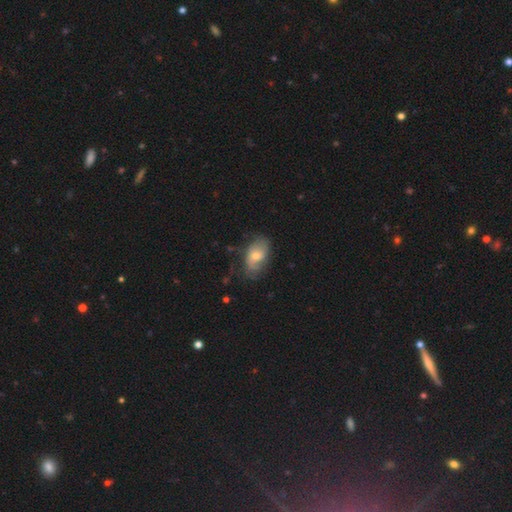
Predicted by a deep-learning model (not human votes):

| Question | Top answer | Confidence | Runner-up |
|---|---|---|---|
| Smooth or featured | smooth | 49% | featured or disk (43%) |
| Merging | none | 57% | minor disturbance (28%) |